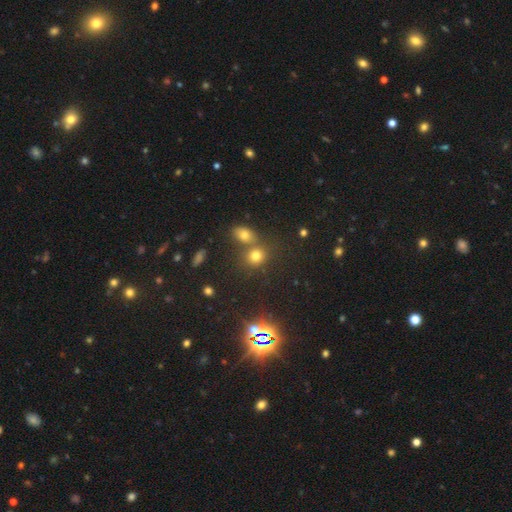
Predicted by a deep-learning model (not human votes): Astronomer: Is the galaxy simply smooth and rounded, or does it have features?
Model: smooth — 71%.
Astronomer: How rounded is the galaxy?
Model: round — 71%.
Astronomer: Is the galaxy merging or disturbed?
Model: none — 59%.